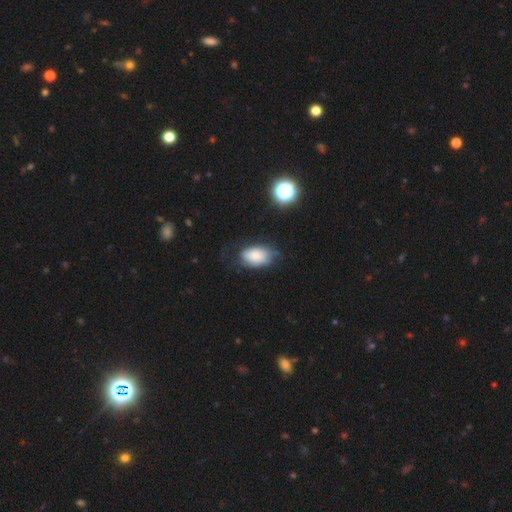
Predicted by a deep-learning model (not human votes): smooth_or_featured: smooth (p=0.66) [alt: featured or disk p=0.24]
how_rounded: in between (p=0.90) [alt: round p=0.09]
merging: none (p=0.52) [alt: minor disturbance p=0.30]